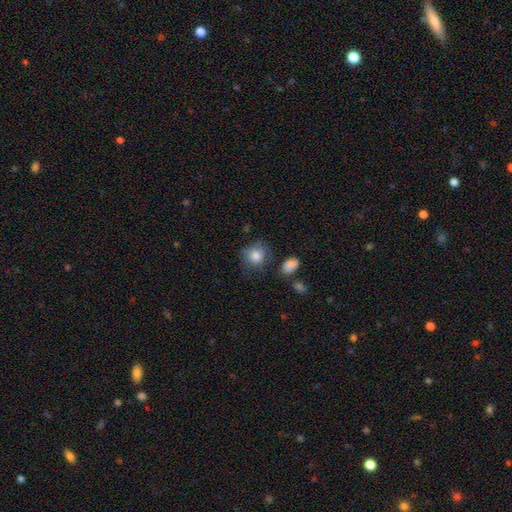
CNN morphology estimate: The model was most divided on "merging": none: 62%, minor disturbance: 25%, major disturbance: 10%, merger: 4%. More confident: smooth or featured — smooth (81%); how rounded — round (74%).